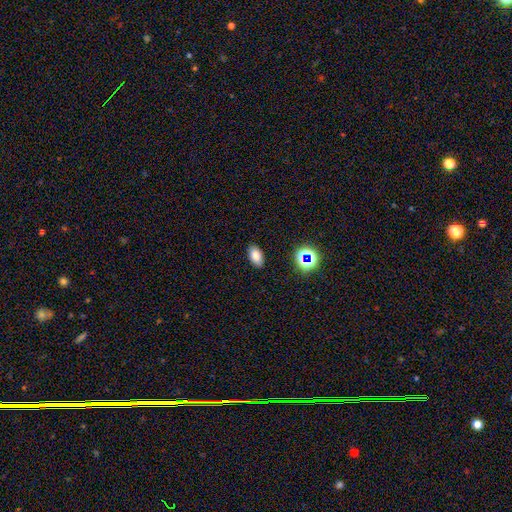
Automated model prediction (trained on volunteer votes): Smooth or featured? Predicted: smooth (p=0.78). How rounded? Predicted: in between (p=0.91). Merging? Predicted: none (p=0.87).